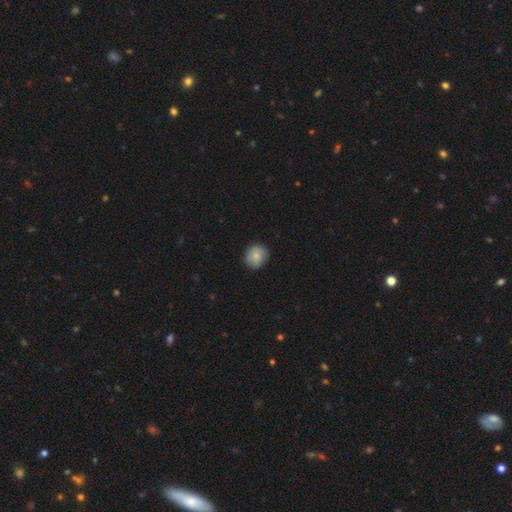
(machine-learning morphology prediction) A smooth galaxy with no disk features (80%) that is round (80%).

Vote fractions:
- Smooth or featured? smooth: 80% / featured or disk: 13% / star or artifact: 8%
- How rounded? round: 80% / in between: 19% / cigar-shaped: 1%
- Merging? none: 82% / minor disturbance: 15% / major disturbance: 3% / merger: 1%